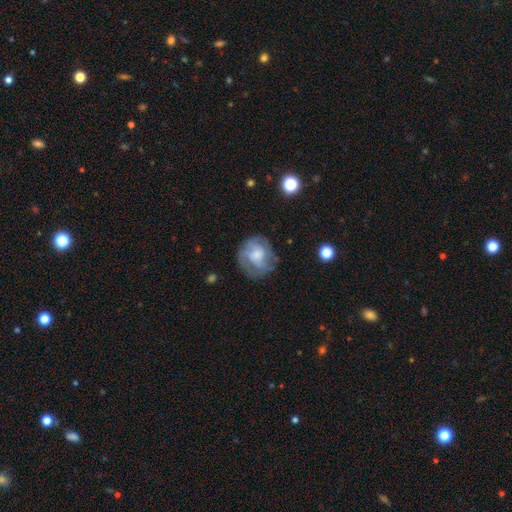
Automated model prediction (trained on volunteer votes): Smooth or featured: featured or disk — 53% (smooth — 38%)
Edge-on disk: no — 98% (yes — 2%)
Bar: no — 75% (weak — 21%)
Spiral arms: yes — 60% (no — 40%)
Bulge size: moderate — 31% (small — 22%)
Merging: none — 63% (minor disturbance — 21%)